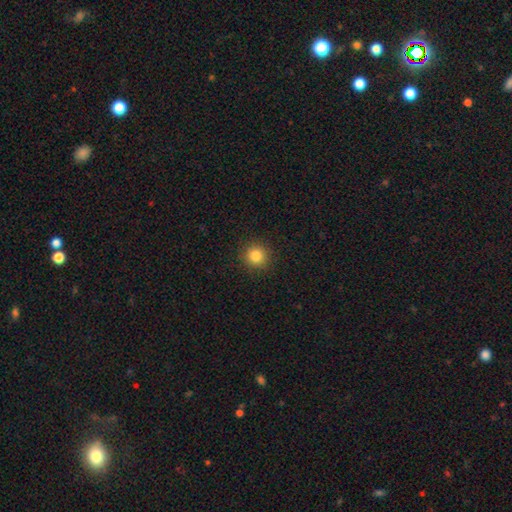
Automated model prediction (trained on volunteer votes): This is clearly a smooth galaxy (84%). How rounded: clearly round (94%). Merging: clearly none (91%).